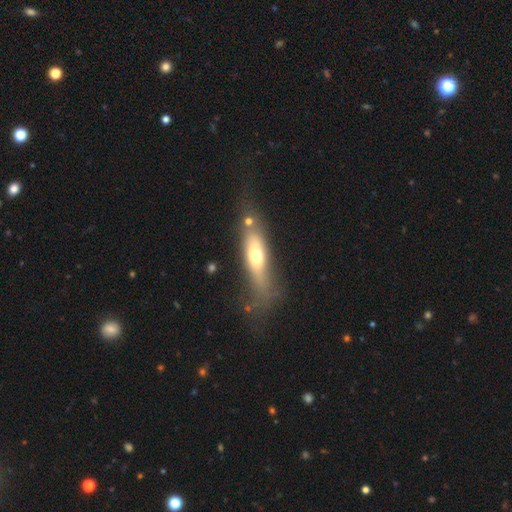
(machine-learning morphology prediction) Smooth or featured: smooth — 52% (featured or disk — 40%)
How rounded: cigar-shaped — 51% (in between — 46%)
Merging: none — 50% (minor disturbance — 22%)